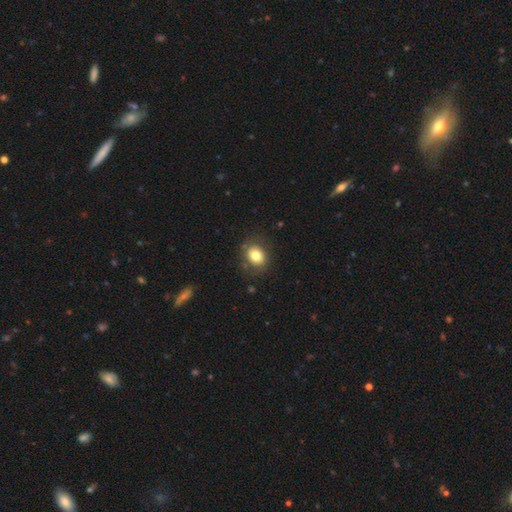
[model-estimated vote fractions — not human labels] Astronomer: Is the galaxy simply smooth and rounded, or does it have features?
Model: smooth — 78%.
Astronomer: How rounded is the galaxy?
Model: round — 58% (runner-up: in between, 41%).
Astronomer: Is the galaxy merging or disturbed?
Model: none — 81%.